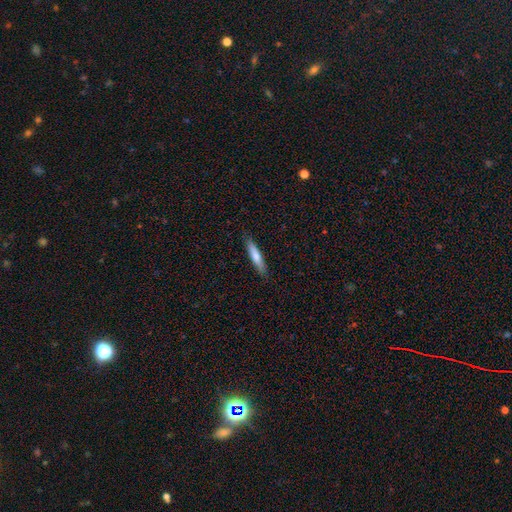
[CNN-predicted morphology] smooth-or-featured: smooth: 70% | featured or disk: 24% | star or artifact: 5%
  how-rounded: cigar-shaped: 87% | in between: 12% | round: 1%
  merging: none: 88% | minor disturbance: 9% | major disturbance: 2% | merger: 1%